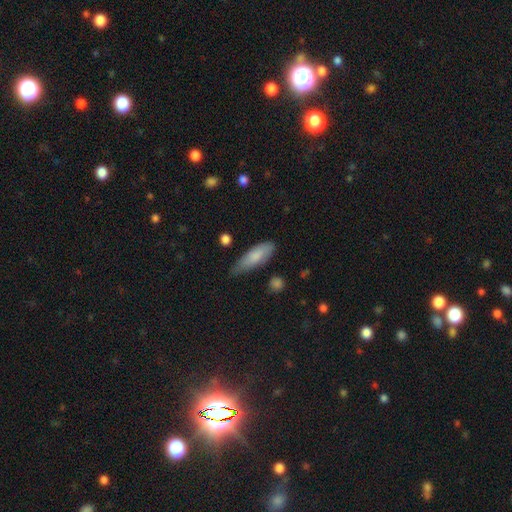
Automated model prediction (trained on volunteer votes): smooth 80%, featured or disk 15%, star or artifact 6%. Down the decision tree: how rounded — in between (56%); merging — none (62%).